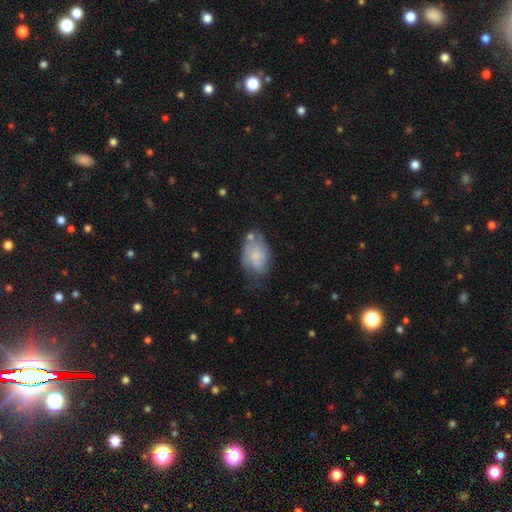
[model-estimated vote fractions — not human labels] smooth_or_featured: featured or disk (p=0.48) [alt: smooth p=0.44]
merging: none (p=0.49) [alt: minor disturbance p=0.31]